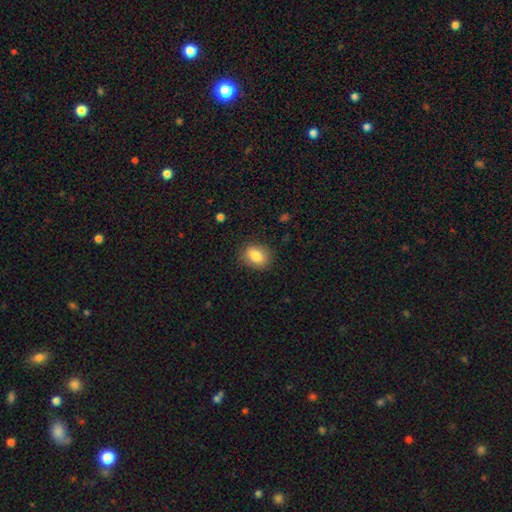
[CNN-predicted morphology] This appears to be a smooth galaxy with no disk features (85%) that is in between round and cigar-shaped (68%). Merging: none (83%).